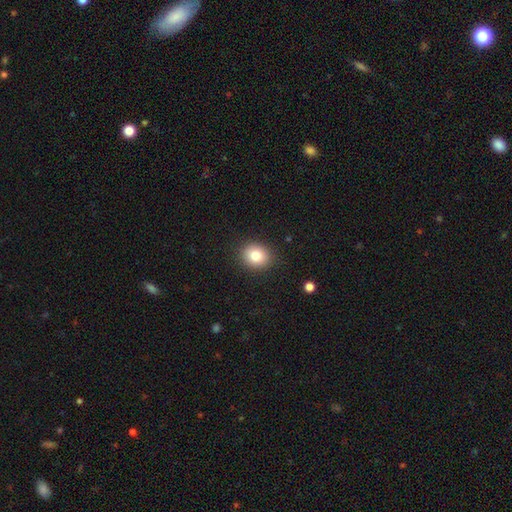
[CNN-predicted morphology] smooth-or-featured: smooth: 81% | star or artifact: 11% | featured or disk: 9%
  how-rounded: round: 67% | in between: 33% | cigar-shaped: 1%
  merging: none: 89% | minor disturbance: 8% | major disturbance: 2% | merger: 1%